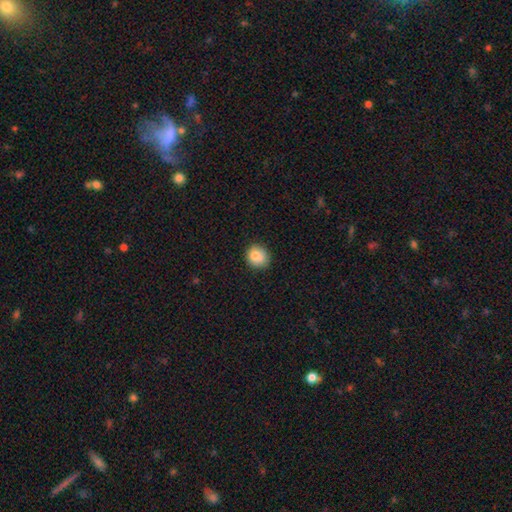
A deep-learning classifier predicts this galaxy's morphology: Q: Smooth or featured?
A: smooth (83%); runner-up: star or artifact (9%)
Q: How rounded?
A: round (80%); runner-up: in between (19%)
Q: Merging?
A: none (79%); runner-up: minor disturbance (15%)